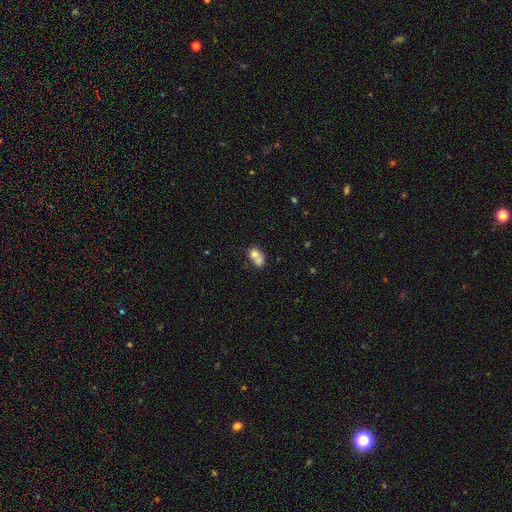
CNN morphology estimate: Smooth or featured? Predicted: smooth (p=0.69). How rounded? Predicted: in between (p=0.49, tied with round). Merging? Predicted: merger (p=0.65).